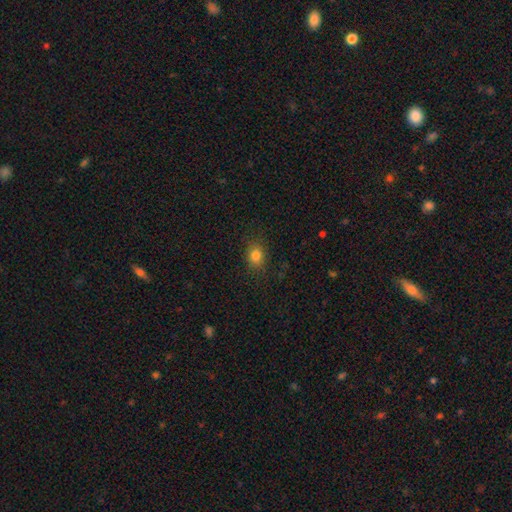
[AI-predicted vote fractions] Smooth or featured? Predicted: smooth (p=0.82). How rounded? Predicted: round (p=0.53). Merging? Predicted: none (p=0.85).